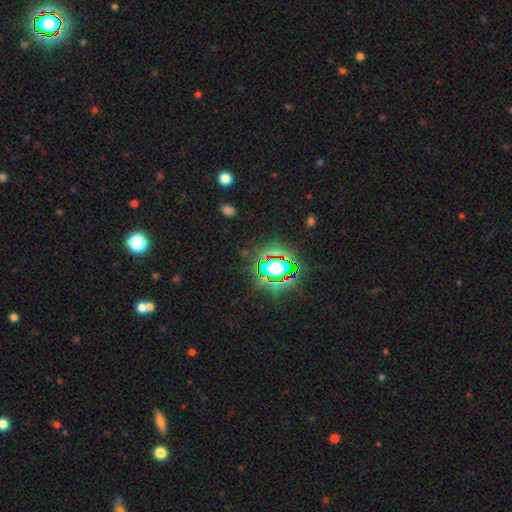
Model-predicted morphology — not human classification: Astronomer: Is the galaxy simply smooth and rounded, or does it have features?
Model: star or artifact — 83%.